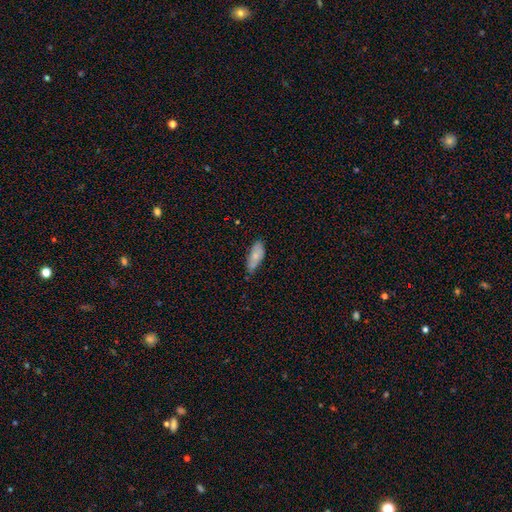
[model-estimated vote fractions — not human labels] smooth-or-featured: smooth: 73% | featured or disk: 20% | star or artifact: 7%
  how-rounded: in between: 80% | cigar-shaped: 18% | round: 2%
  merging: none: 63% | minor disturbance: 30% | major disturbance: 4% | merger: 2%